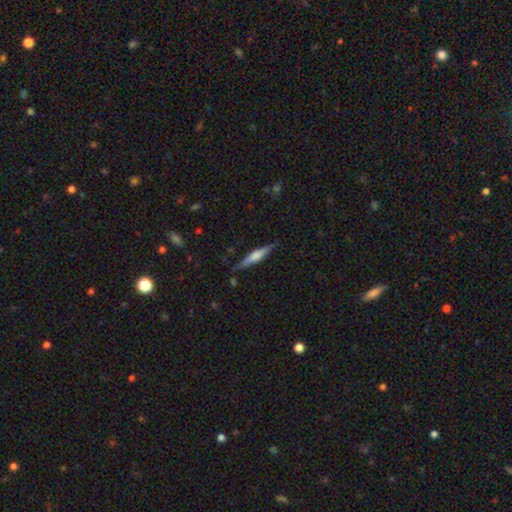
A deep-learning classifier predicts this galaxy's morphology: Overall: featured or disk (53%; smooth 41%). Edge-on disk: yes (96%). Edge-on bulge: rounded (61%; boxy 27%). Merging: none (85%).